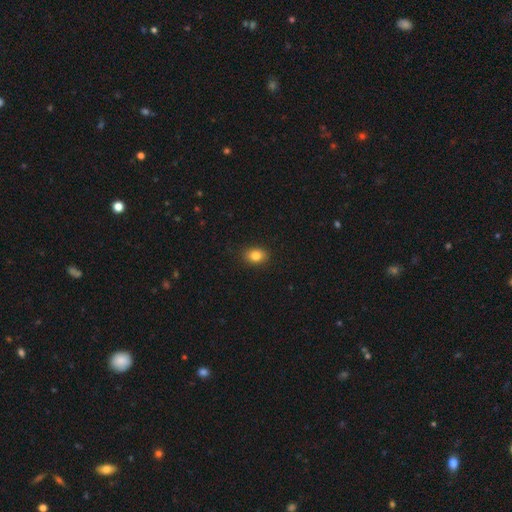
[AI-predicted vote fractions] The model was most divided on "how rounded": in between: 65%, round: 34%, cigar-shaped: 1%. More confident: merging — none (88%); smooth or featured — smooth (83%).